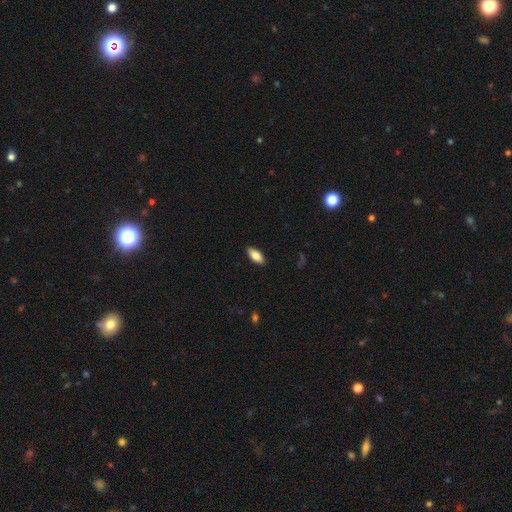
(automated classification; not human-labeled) This appears to be a smooth galaxy with no disk features (84%) that is in between round and cigar-shaped (88%). Merging: none (89%).